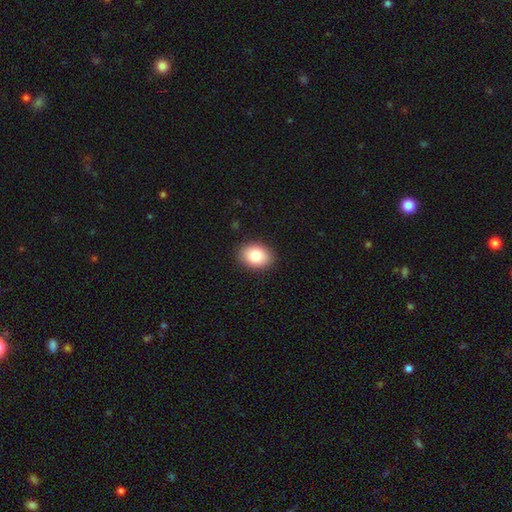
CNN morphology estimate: smooth 83%, featured or disk 9%, star or artifact 8%. Down the decision tree: how rounded — in between (68%); merging — none (90%).